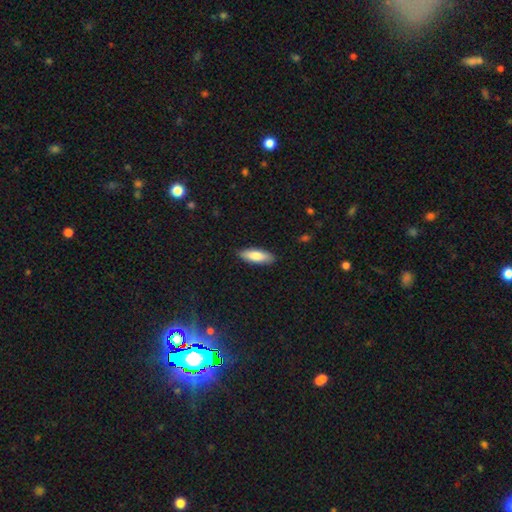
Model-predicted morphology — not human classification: smooth 82%, featured or disk 12%, star or artifact 6%. Down the decision tree: how rounded — in between (57%); merging — none (88%).